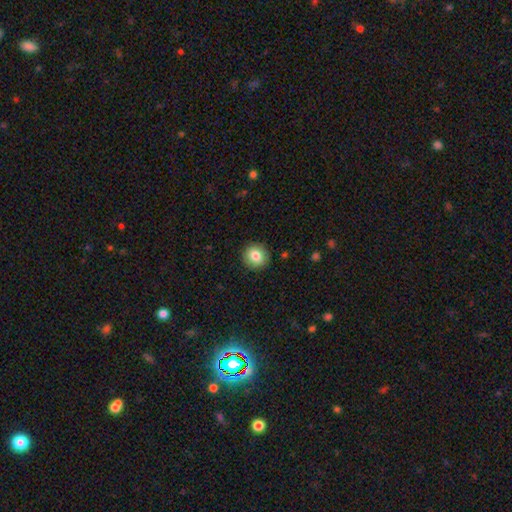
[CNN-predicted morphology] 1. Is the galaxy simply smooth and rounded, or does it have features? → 83% smooth, 9% star or artifact, 8% featured or disk.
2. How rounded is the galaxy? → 90% round, 9% in between, 1% cigar-shaped.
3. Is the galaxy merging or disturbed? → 91% none, 6% minor disturbance, 2% major disturbance, 1% merger.